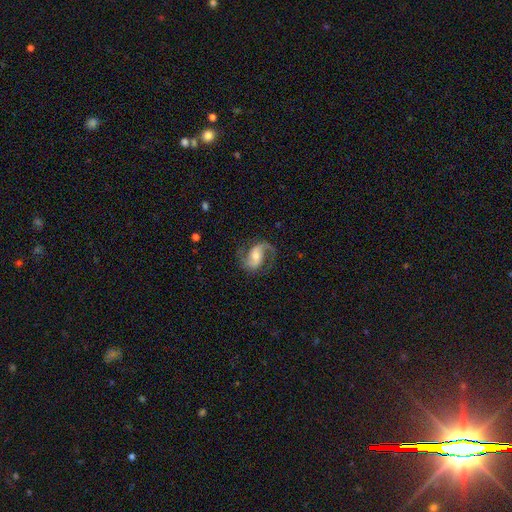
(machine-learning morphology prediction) This is clearly a featured or disk galaxy (86%). It is clearly not viewed edge-on (97%). Bar: marginally weak (43%). Spiral arm pattern: clearly yes (97%). Spiral arm count: clearly 2 (88%). Spiral winding: possibly medium (51%). Central bulge: possibly moderate (53%). Merging: likely none (74%).